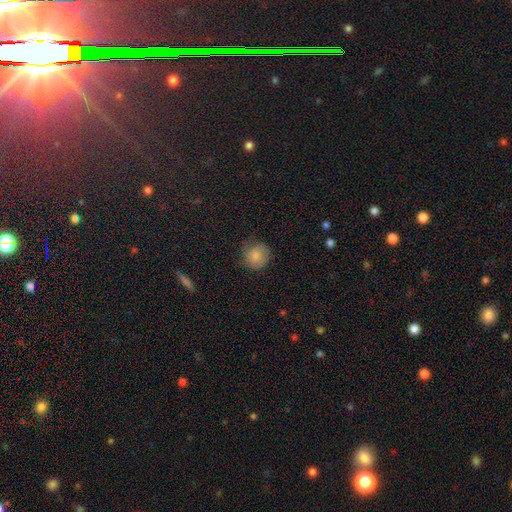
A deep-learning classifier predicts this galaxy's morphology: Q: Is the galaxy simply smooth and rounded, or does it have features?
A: smooth — 79%.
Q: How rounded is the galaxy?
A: round — 88%.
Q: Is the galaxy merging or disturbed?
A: none — 62%.